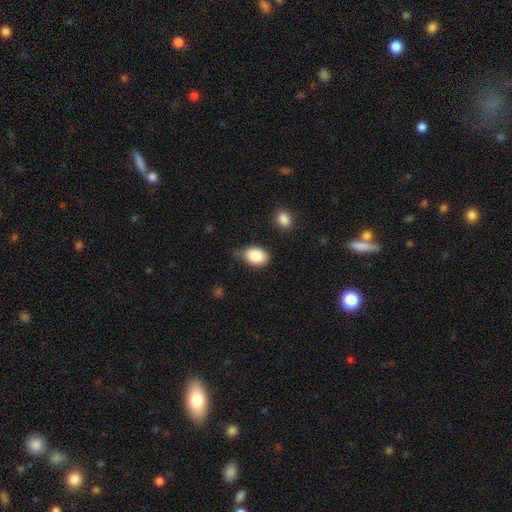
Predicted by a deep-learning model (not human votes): This appears to be a smooth galaxy with no disk features (88%) that is in between round and cigar-shaped (80%). Merging: none (63%).